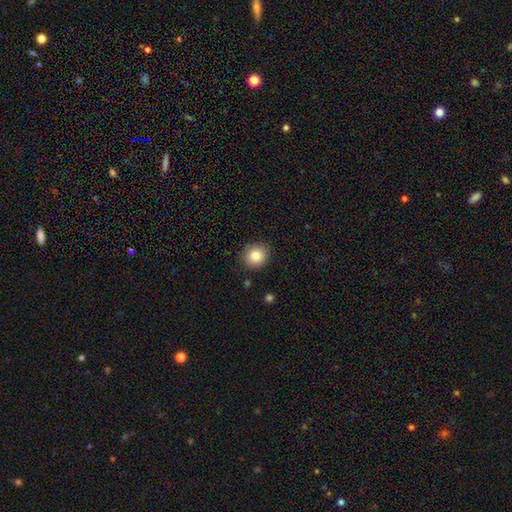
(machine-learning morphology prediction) type=smooth (84%); roundness=round (82%); merging=none (88%).